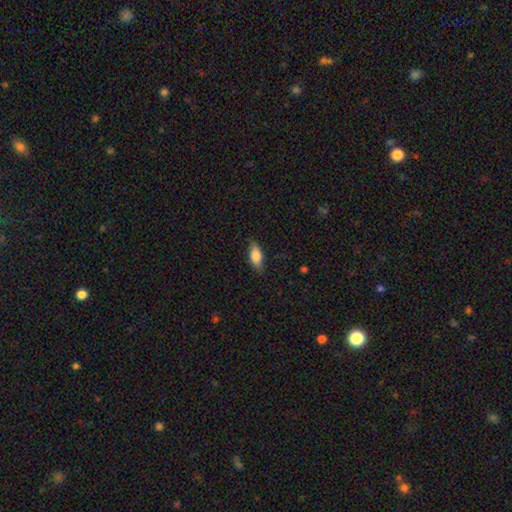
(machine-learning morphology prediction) Smooth or featured: smooth — 81% (featured or disk — 12%)
How rounded: in between — 80% (cigar-shaped — 16%)
Merging: none — 81% (minor disturbance — 15%)